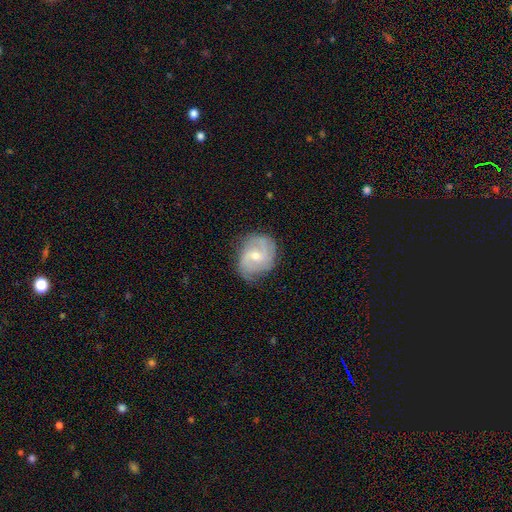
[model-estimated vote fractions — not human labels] This is likely a featured or disk galaxy (77%). It is clearly not viewed edge-on (97%). Bar: possibly weak (48%). Spiral arm pattern: clearly yes (93%). Spiral arm count: possibly 2 (58%). Spiral winding: possibly medium (47%). Central bulge: possibly moderate (52%). Merging: likely none (70%).